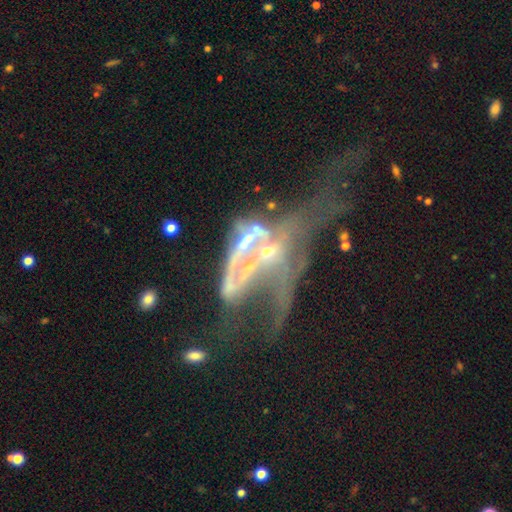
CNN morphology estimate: type=featured or disk (74%); edge-on=no (88%); bar=no (69%); spiral arms=no (53%); bulge=small (45%); merging=merger (52%).